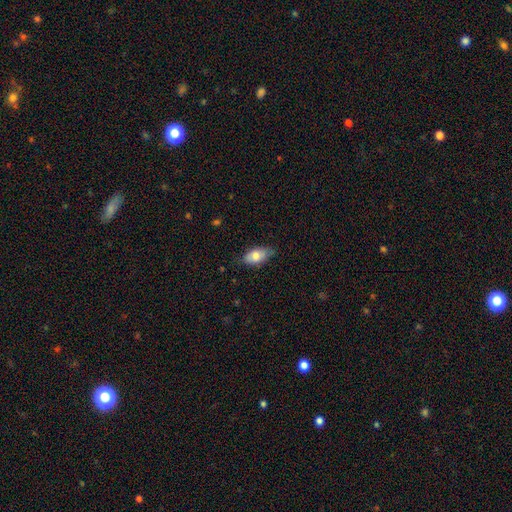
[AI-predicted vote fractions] Smooth or featured? Predicted: smooth (p=0.73). How rounded? Predicted: in between (p=0.91). Merging? Predicted: none (p=0.69).